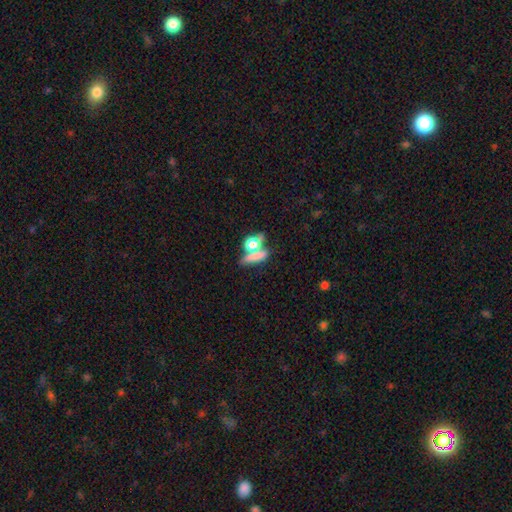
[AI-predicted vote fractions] This is likely a smooth galaxy (65%). How rounded: marginally round (36%). Merging: marginally none (45%).